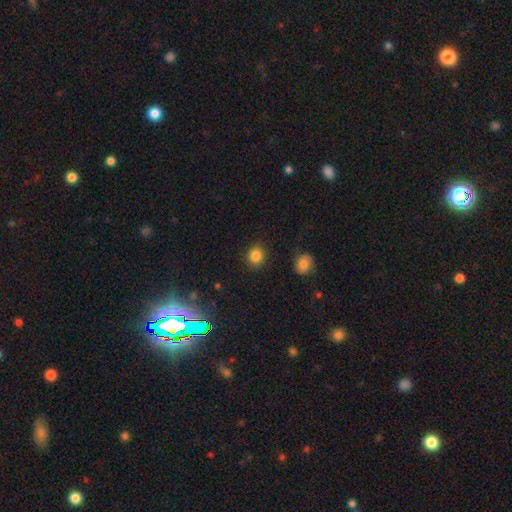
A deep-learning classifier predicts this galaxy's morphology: A smooth galaxy with no disk features (84%) that is round (83%). Merging: none (89%).